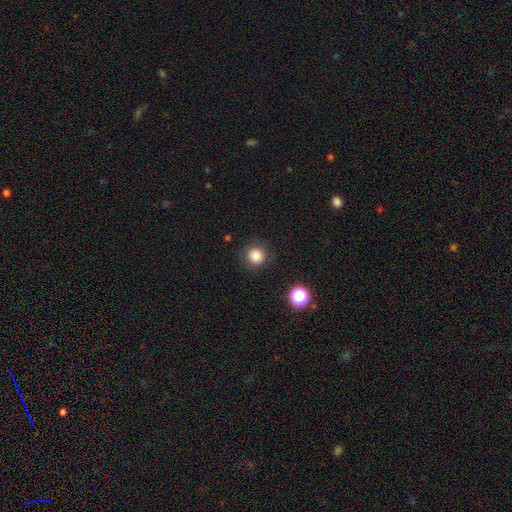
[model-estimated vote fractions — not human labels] Smooth or featured? Predicted: smooth (p=0.84). How rounded? Predicted: round (p=0.91). Merging? Predicted: none (p=0.86).